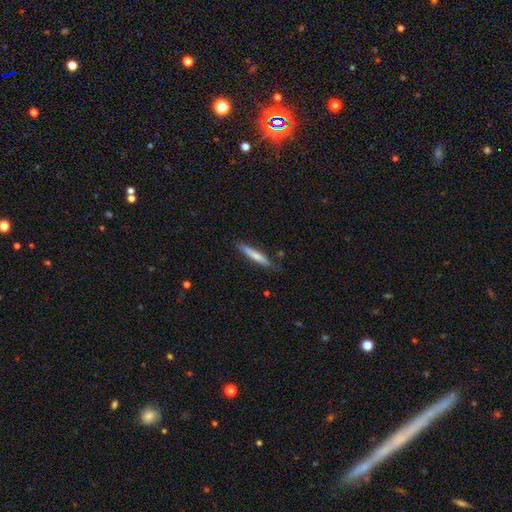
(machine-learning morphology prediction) A smooth galaxy with no disk features (65%) that is cigar-shaped (92%). Merging: none (81%).